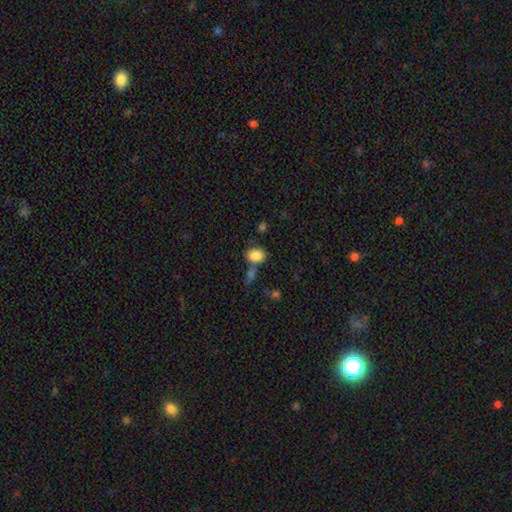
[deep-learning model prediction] A smooth galaxy with no disk features (85%) that is in between round and cigar-shaped (73%). Merging: none (55%).